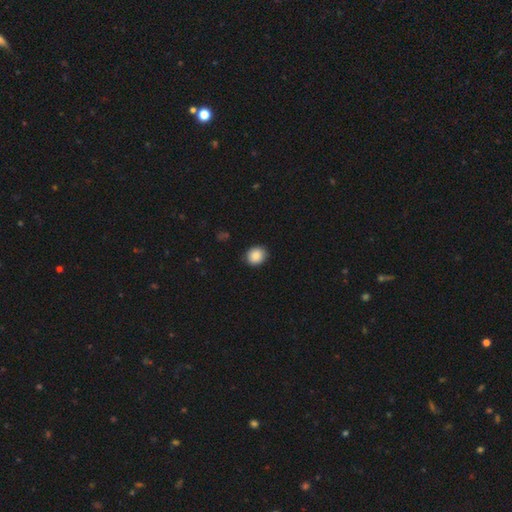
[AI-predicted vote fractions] smooth_or_featured: smooth (p=0.88) [alt: star or artifact p=0.08]
how_rounded: round (p=0.72) [alt: in between p=0.27]
merging: none (p=0.88) [alt: minor disturbance p=0.09]